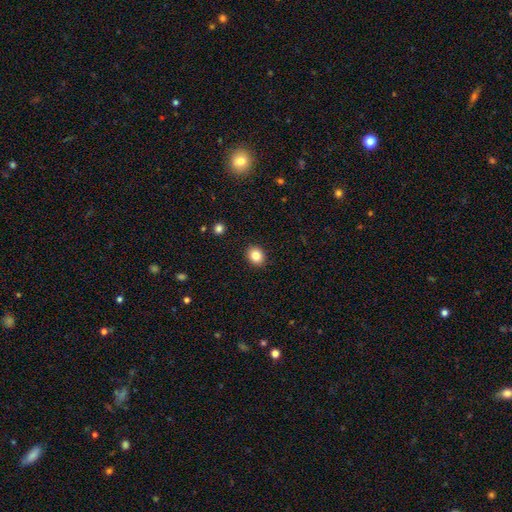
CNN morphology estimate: Smooth or featured? Predicted: smooth (p=0.84). How rounded? Predicted: round (p=0.65). Merging? Predicted: none (p=0.91).